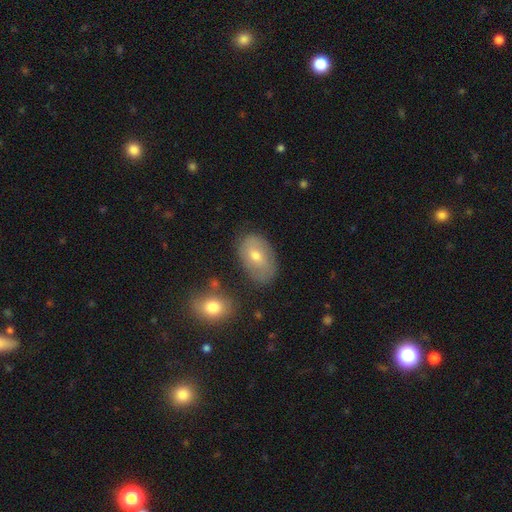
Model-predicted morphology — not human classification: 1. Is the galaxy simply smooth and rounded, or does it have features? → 54% smooth, 37% featured or disk, 8% star or artifact.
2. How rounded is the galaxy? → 88% in between, 10% round, 1% cigar-shaped.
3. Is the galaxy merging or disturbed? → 71% none, 20% minor disturbance, 5% major disturbance, 4% merger.